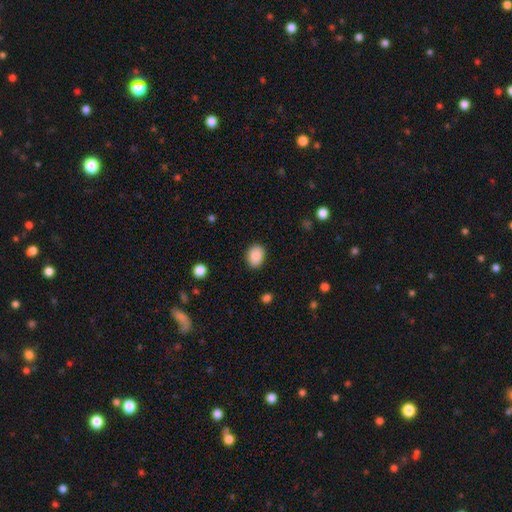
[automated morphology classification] smooth-or-featured: smooth: 89% | star or artifact: 8% | featured or disk: 3%
  how-rounded: in between: 64% | round: 35% | cigar-shaped: 1%
  merging: none: 87% | minor disturbance: 9% | major disturbance: 3% | merger: 1%